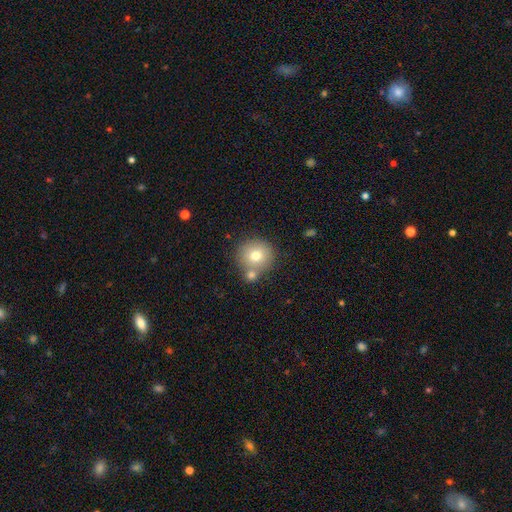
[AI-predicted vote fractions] Smooth or featured? Predicted: smooth (p=0.74). How rounded? Predicted: round (p=0.93). Merging? Predicted: none (p=0.64).